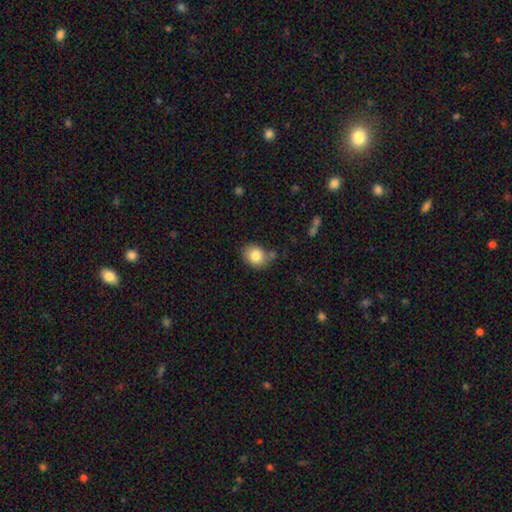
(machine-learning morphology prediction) Overall: smooth (82%). How rounded: in between (52%; round 47%). Merging: none (73%).